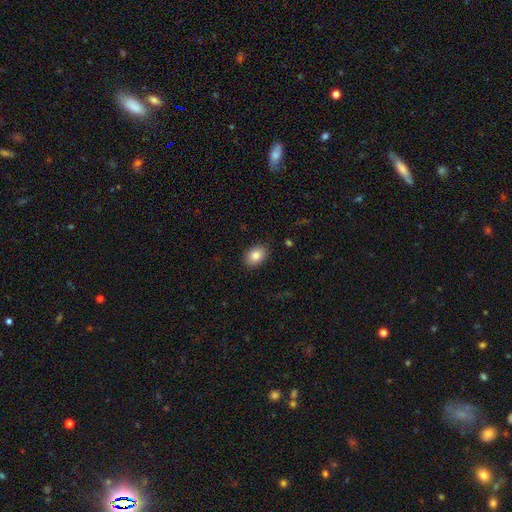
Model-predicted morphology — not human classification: smooth 86%, star or artifact 8%, featured or disk 6%. Down the decision tree: how rounded — in between (80%); merging — none (87%).